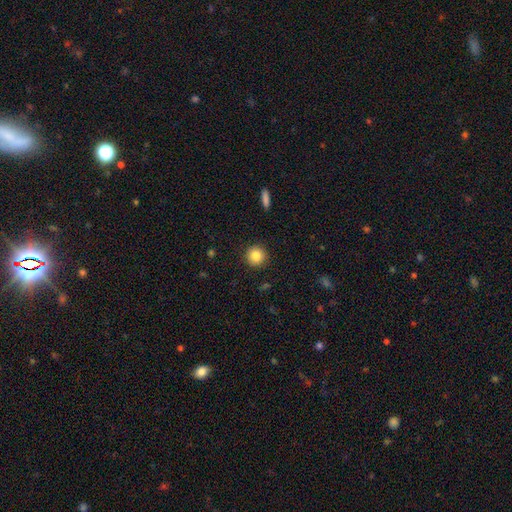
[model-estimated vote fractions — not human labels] A smooth galaxy with no disk features (85%) that is round (94%). Merging: none (92%).